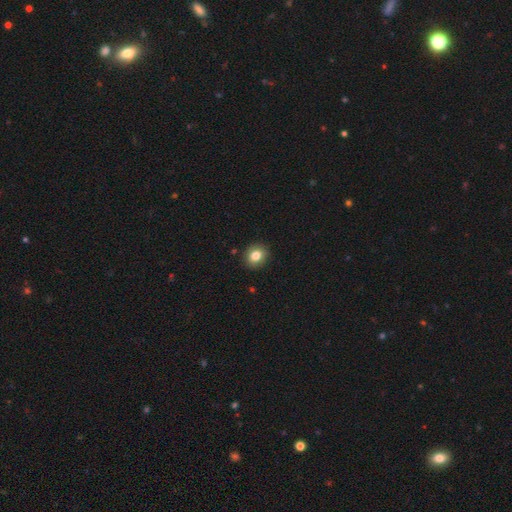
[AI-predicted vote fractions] Q: Smooth or featured?
A: smooth (82%); runner-up: star or artifact (10%)
Q: How rounded?
A: round (69%); runner-up: in between (30%)
Q: Merging?
A: none (90%); runner-up: minor disturbance (7%)